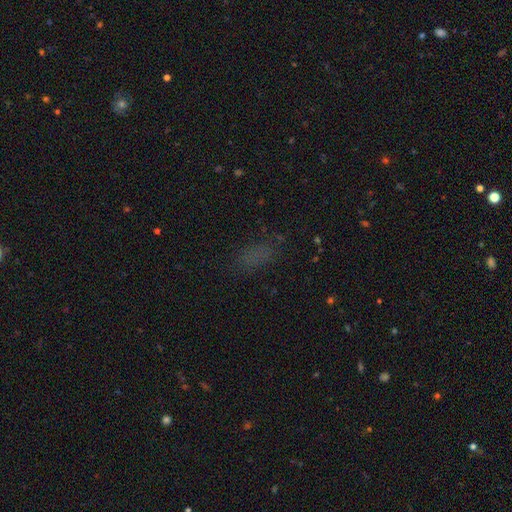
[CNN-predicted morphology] This appears to be a smooth galaxy with no disk features (63%) that is in between round and cigar-shaped (80%). Merging: none (74%).